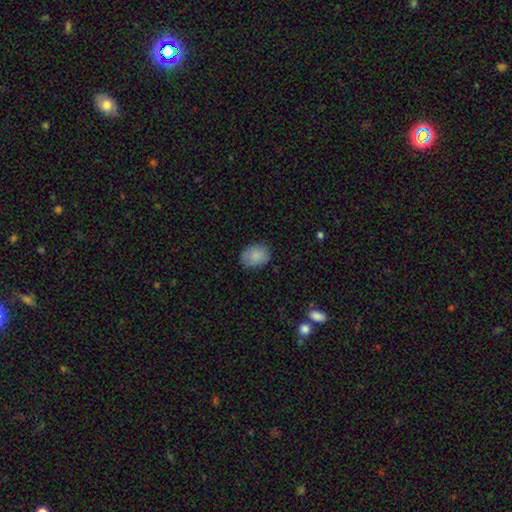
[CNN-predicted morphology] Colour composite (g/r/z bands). It shows a smooth galaxy with no disk features (88%) that is in between round and cigar-shaped (70%). Merging: none (83%).